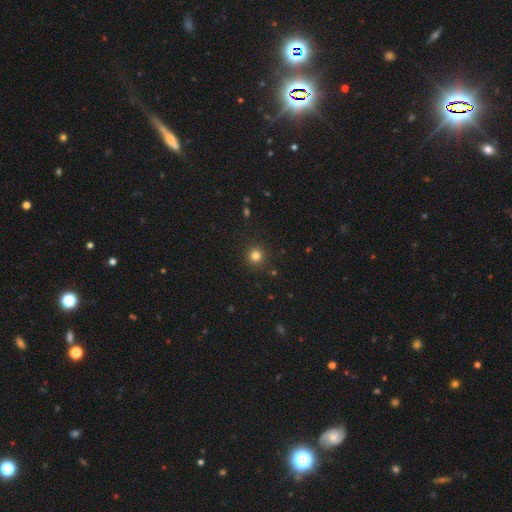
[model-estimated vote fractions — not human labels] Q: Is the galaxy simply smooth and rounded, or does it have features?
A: smooth — 81%.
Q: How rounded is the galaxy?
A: round — 94%.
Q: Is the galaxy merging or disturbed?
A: none — 91%.